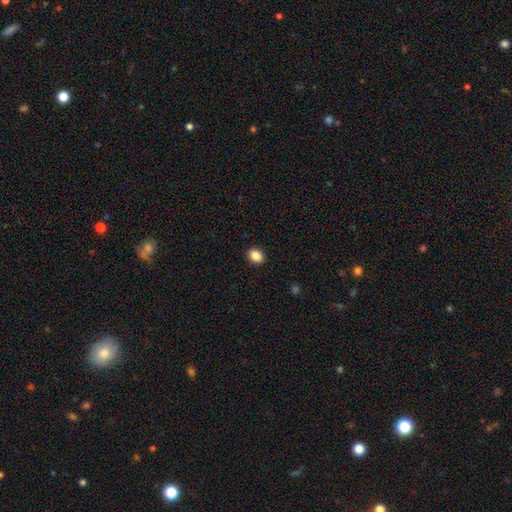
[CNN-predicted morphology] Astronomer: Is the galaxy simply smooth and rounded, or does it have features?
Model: smooth — 88%.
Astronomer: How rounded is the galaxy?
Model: in between — 61% (runner-up: round, 38%).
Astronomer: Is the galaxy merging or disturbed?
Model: none — 91%.